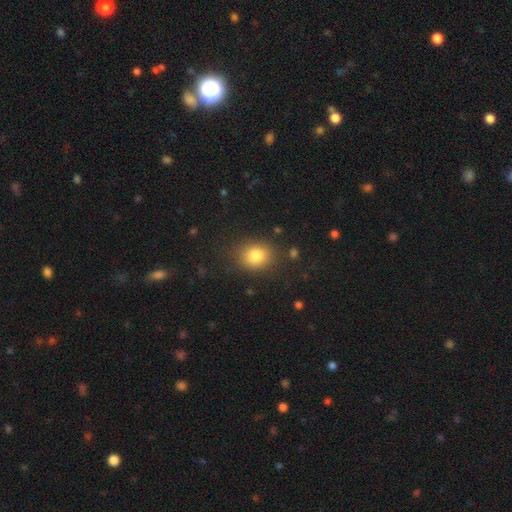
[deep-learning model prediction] Smooth or featured? smooth (82%)
How rounded? round (61%)
Merging? none (84%)